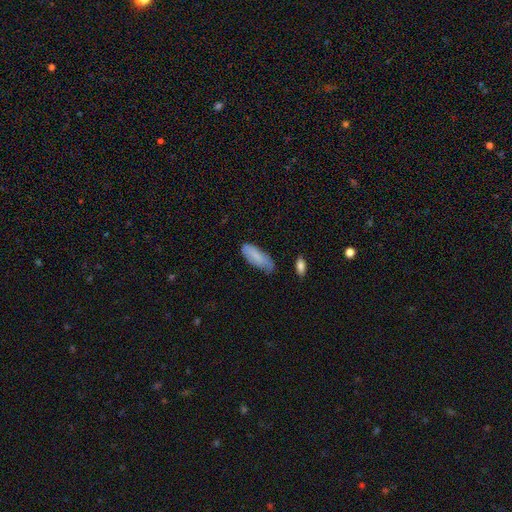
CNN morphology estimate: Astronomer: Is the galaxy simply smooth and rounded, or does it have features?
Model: smooth — 78%.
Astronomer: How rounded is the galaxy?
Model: in between — 71%.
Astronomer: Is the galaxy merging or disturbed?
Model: none — 57%.